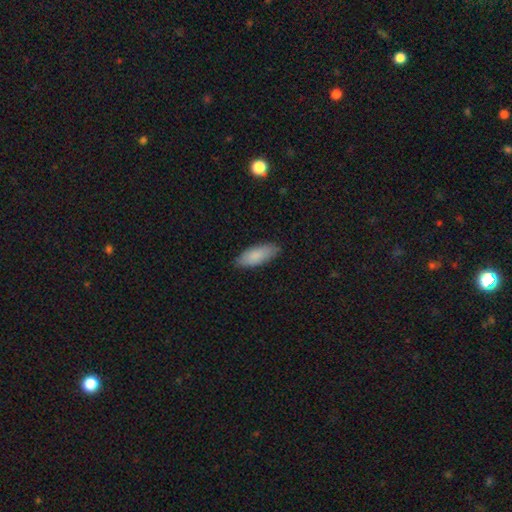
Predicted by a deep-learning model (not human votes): smooth_or_featured: smooth (p=0.86) [alt: featured or disk p=0.08]
how_rounded: in between (p=0.76) [alt: cigar-shaped p=0.23]
merging: none (p=0.85) [alt: minor disturbance p=0.12]